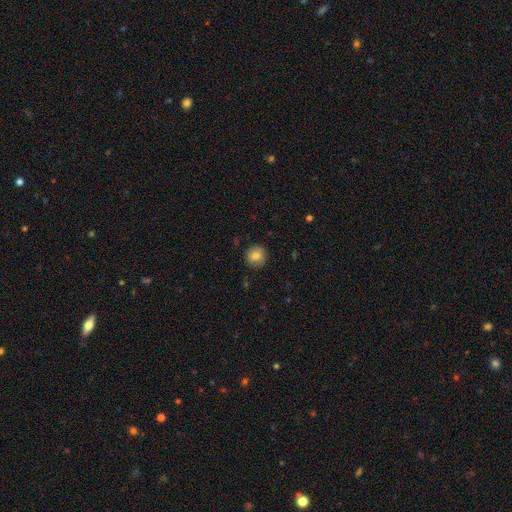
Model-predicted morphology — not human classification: Smooth or featured?
  - smooth: 81% *
  - featured or disk: 10%
  - star or artifact: 9%
How rounded?
  - round: 89% *
  - in between: 10%
  - cigar-shaped: 1%
Merging?
  - none: 88% *
  - minor disturbance: 9%
  - major disturbance: 2%
  - merger: 1%